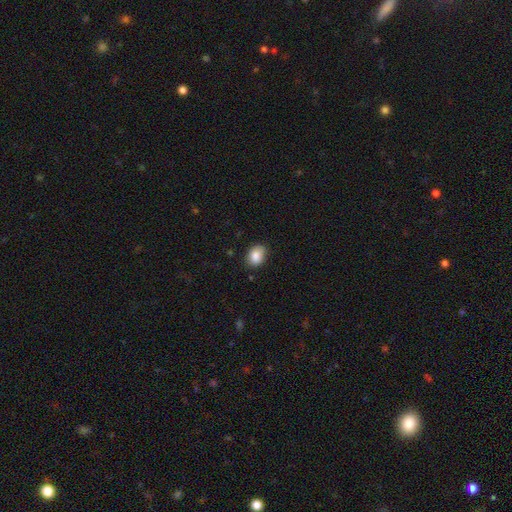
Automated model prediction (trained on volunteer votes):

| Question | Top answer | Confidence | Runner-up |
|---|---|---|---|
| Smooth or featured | smooth | 87% | star or artifact (8%) |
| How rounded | in between | 67% | round (32%) |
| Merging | none | 81% | minor disturbance (15%) |